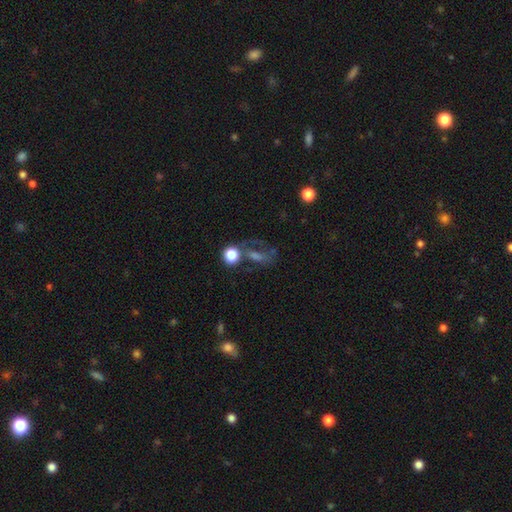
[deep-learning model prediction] Morphology: type=featured or disk (36%); merging=none (39%).